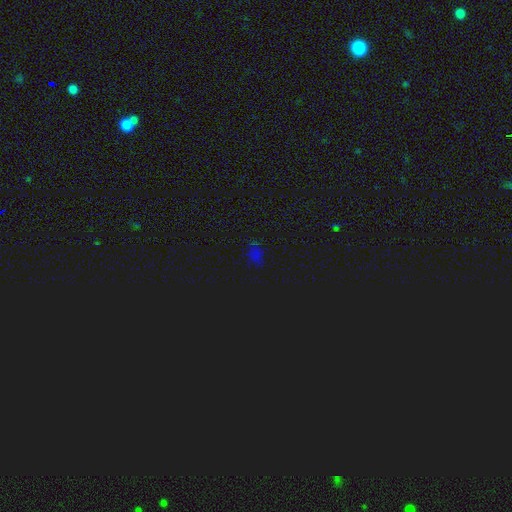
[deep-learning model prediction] Smooth or featured? Predicted: star or artifact (p=0.54).